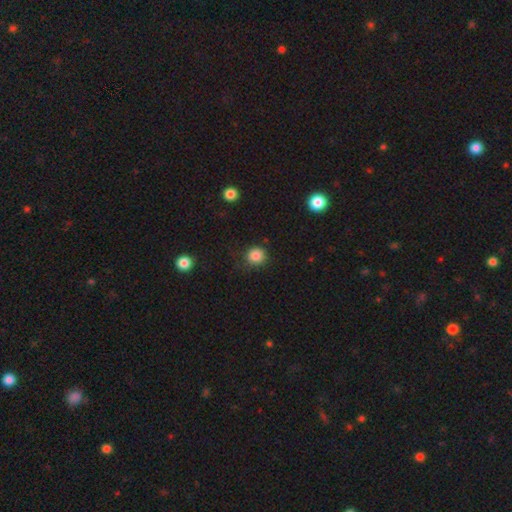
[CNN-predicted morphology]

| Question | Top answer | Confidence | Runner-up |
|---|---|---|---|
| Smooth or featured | smooth | 85% | star or artifact (10%) |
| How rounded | round | 91% | in between (8%) |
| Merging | none | 83% | minor disturbance (12%) |